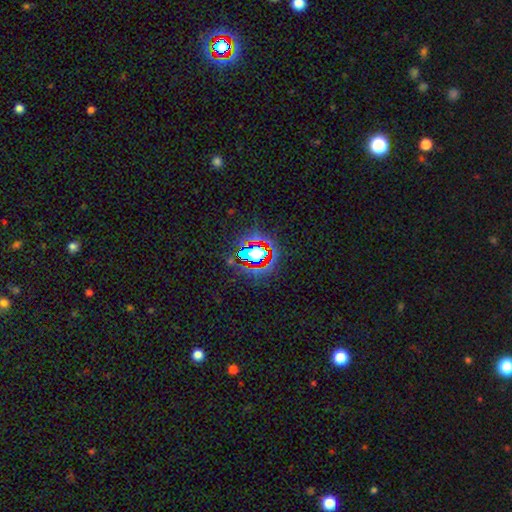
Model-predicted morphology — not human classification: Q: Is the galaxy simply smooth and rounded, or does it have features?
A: star or artifact — 64%.